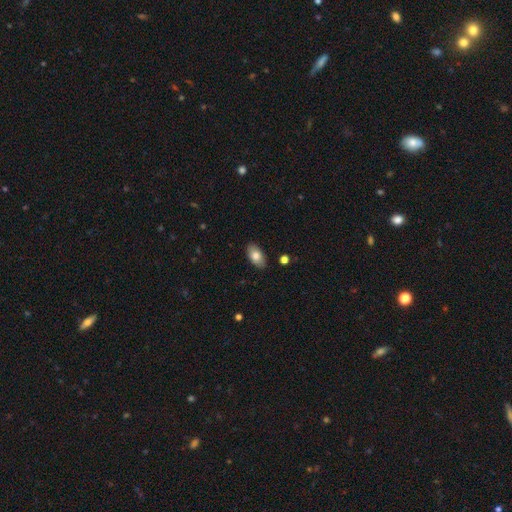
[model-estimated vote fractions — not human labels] Q: Smooth or featured?
A: smooth (80%); runner-up: featured or disk (13%)
Q: How rounded?
A: in between (94%); runner-up: round (4%)
Q: Merging?
A: none (87%); runner-up: minor disturbance (10%)